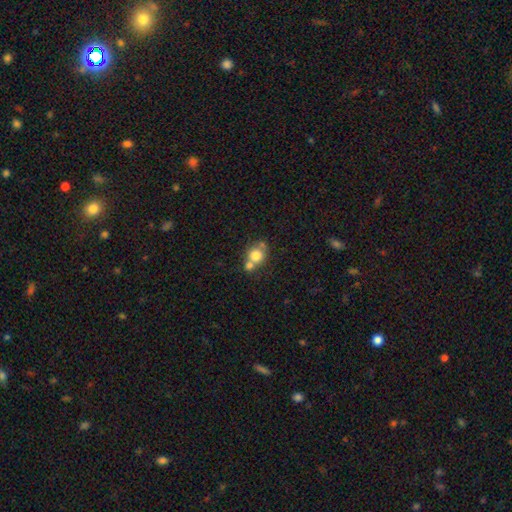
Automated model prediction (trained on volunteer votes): Smooth or featured? Predicted: smooth (p=0.75). How rounded? Predicted: round (p=0.80). Merging? Predicted: merger (p=0.47).